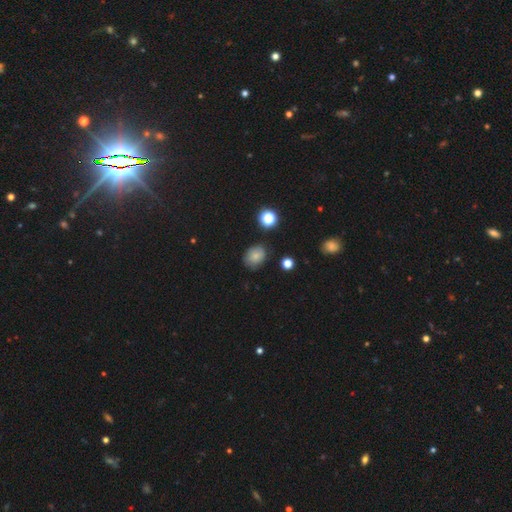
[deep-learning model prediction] A smooth galaxy with no disk features (73%) that is in between round and cigar-shaped (50%).

Vote fractions:
- Smooth or featured? smooth: 73% / star or artifact: 14% / featured or disk: 13%
- How rounded? in between: 50% / round: 49% / cigar-shaped: 1%
- Merging? none: 74% / minor disturbance: 19% / major disturbance: 4% / merger: 2%